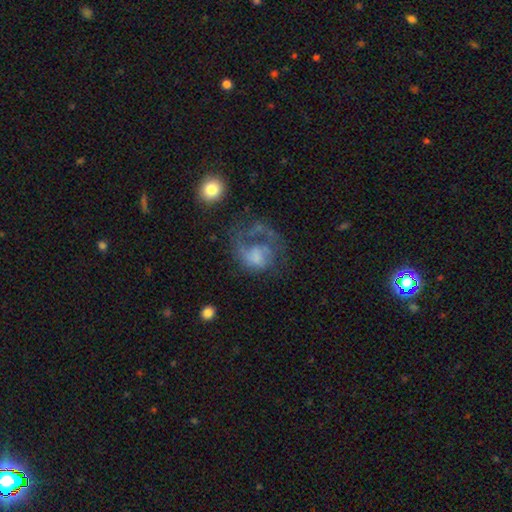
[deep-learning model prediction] Smooth or featured? featured or disk (60%)
Edge-on disk? no (98%)
Bar? no (76%)
Spiral arms? yes (62%)
Bulge size? none (38%)
Merging? major disturbance (51%)